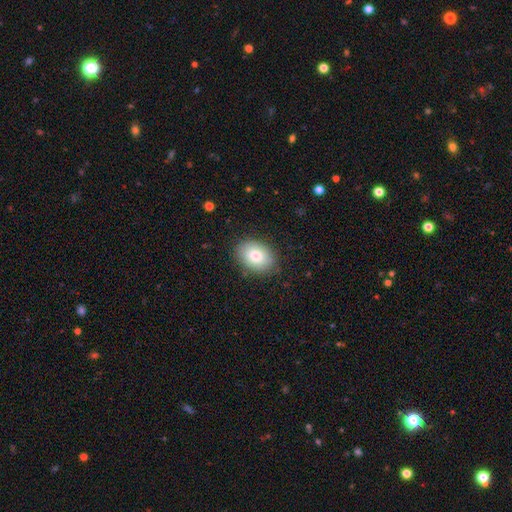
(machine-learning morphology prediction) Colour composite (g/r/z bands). It shows a smooth galaxy with no disk features (80%) that is in between round and cigar-shaped (71%). Merging: none (85%).